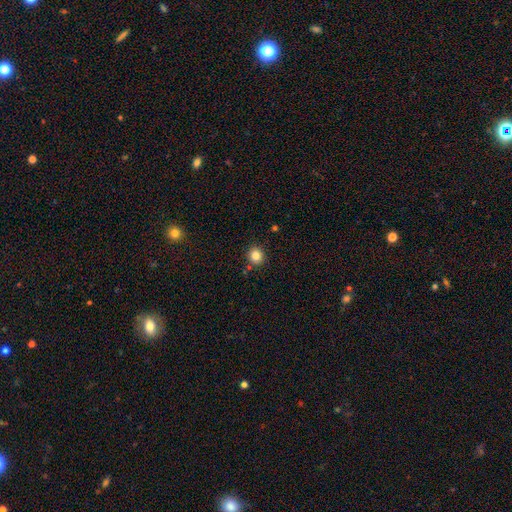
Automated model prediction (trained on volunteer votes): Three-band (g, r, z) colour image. It shows a smooth galaxy with no disk features (83%) that is round (89%). Merging: none (87%).